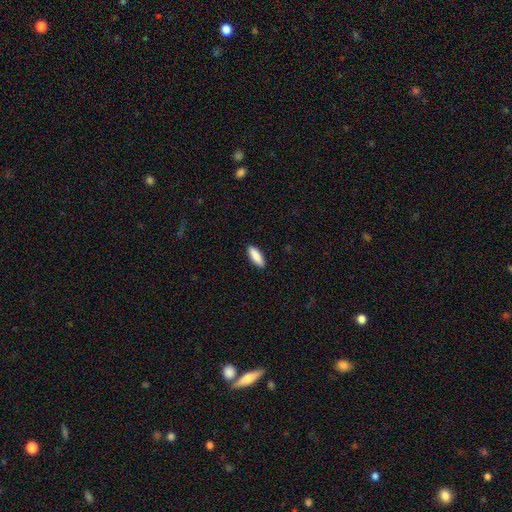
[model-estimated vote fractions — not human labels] Smooth or featured: smooth — 89% (star or artifact — 6%)
How rounded: in between — 61% (cigar-shaped — 37%)
Merging: none — 90% (minor disturbance — 7%)